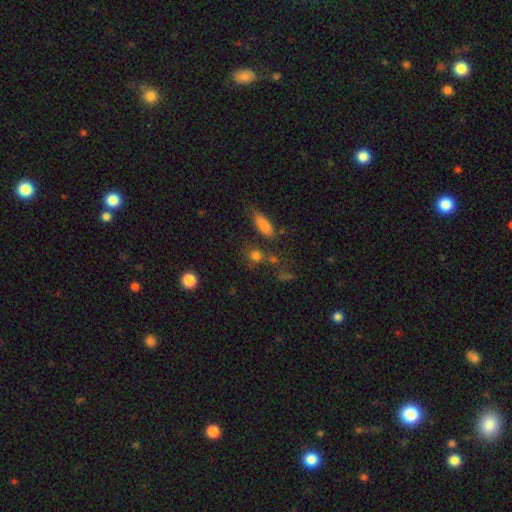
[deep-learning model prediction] smooth_or_featured: smooth (p=0.74) [alt: star or artifact p=0.17]
how_rounded: round (p=0.64) [alt: in between p=0.31]
merging: none (p=0.62) [alt: merger p=0.16]